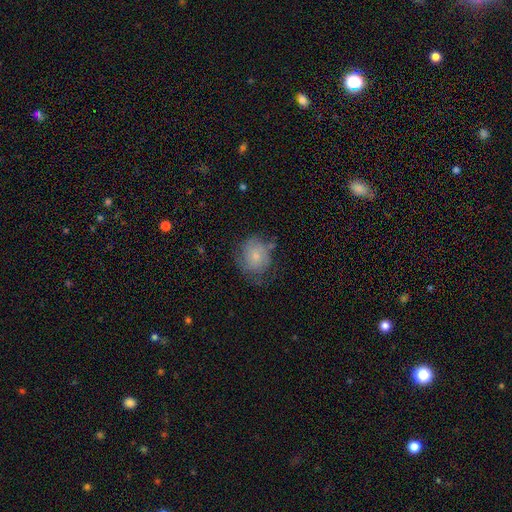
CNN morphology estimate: smooth_or_featured: smooth (p=0.59) [alt: featured or disk p=0.32]
how_rounded: round (p=0.71) [alt: in between p=0.28]
merging: none (p=0.56) [alt: minor disturbance p=0.29]